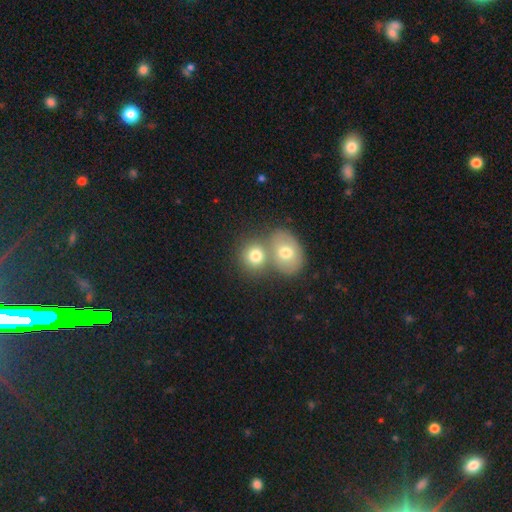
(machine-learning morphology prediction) Smooth or featured? smooth (75%)
How rounded? round (71%)
Merging? merger (52%)